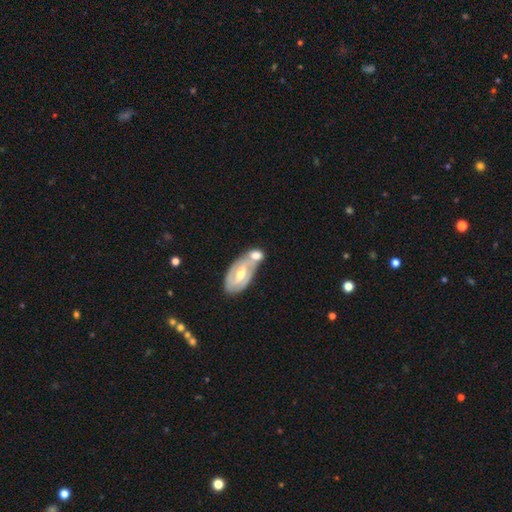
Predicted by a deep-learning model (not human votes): This appears to be a featured or disk galaxy (54%). Merging: merger (52%).